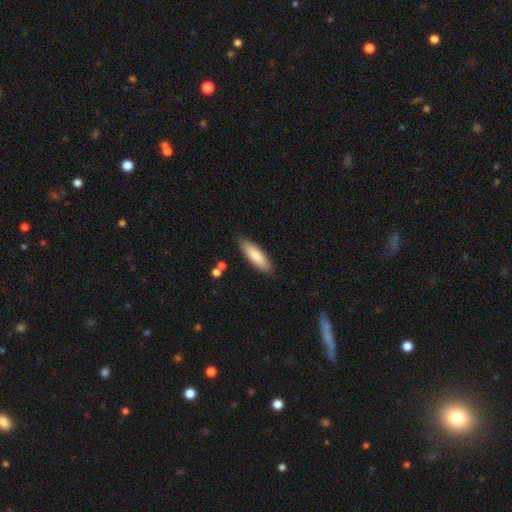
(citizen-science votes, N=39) This is clearly a smooth galaxy (92%). How rounded: possibly in between (53%). Merging: clearly none (87%).